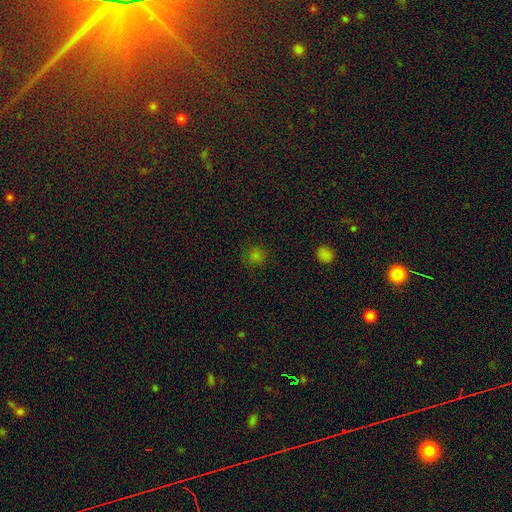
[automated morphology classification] This is likely a smooth galaxy (70%). How rounded: clearly round (92%). Merging: clearly none (88%).